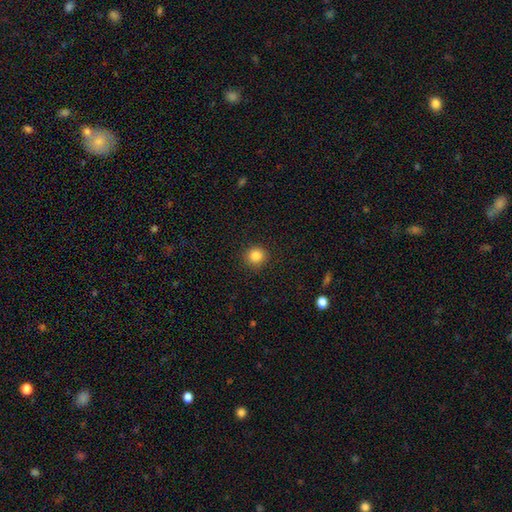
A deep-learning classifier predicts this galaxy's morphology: The model was most divided on "smooth or featured": smooth: 86%, star or artifact: 10%, featured or disk: 4%. More confident: how rounded — round (92%); merging — none (91%).